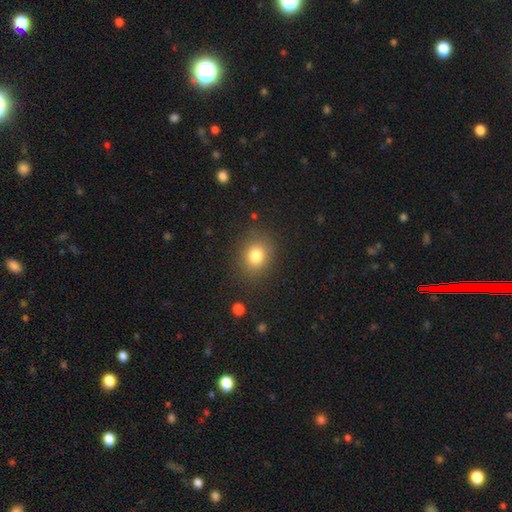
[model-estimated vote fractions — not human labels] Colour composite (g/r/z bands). It shows a smooth galaxy with no disk features (80%) that is round (58%). Merging: none (84%).